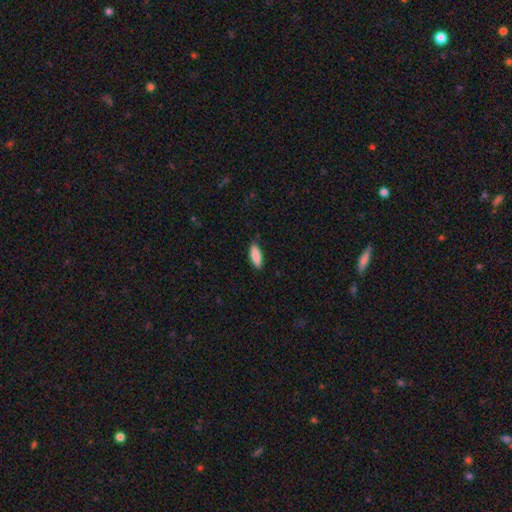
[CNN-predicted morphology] A smooth galaxy with no disk features (88%) that is in between round and cigar-shaped (67%).

Vote fractions:
- Smooth or featured? smooth: 88% / featured or disk: 6% / star or artifact: 6%
- How rounded? in between: 67% / cigar-shaped: 32% / round: 2%
- Merging? none: 85% / minor disturbance: 12% / major disturbance: 2% / merger: 1%